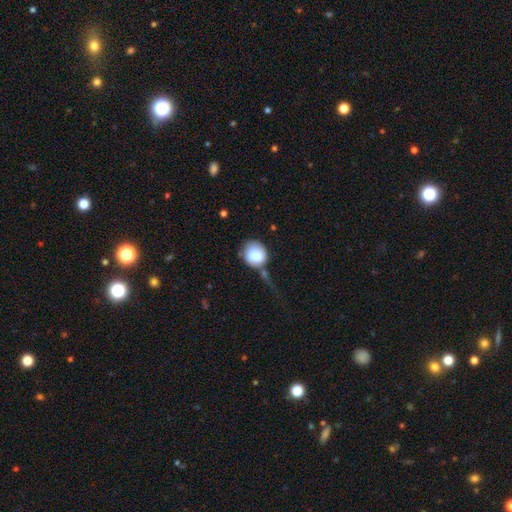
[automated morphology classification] Smooth or featured? smooth (76%)
How rounded? round (71%)
Merging? none (36%)